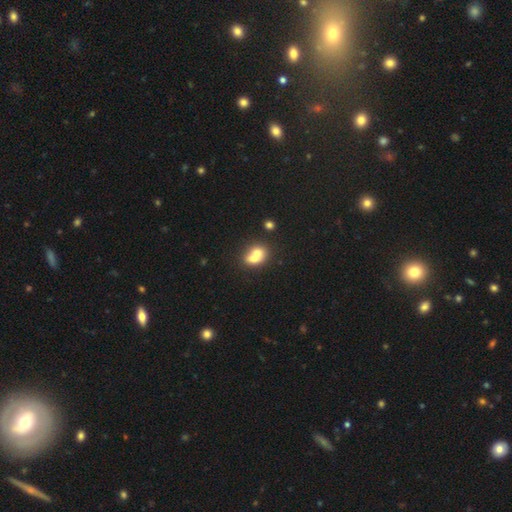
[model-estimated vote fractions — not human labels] A smooth galaxy with no disk features (66%) that is round (56%). Merging: merger (67%).